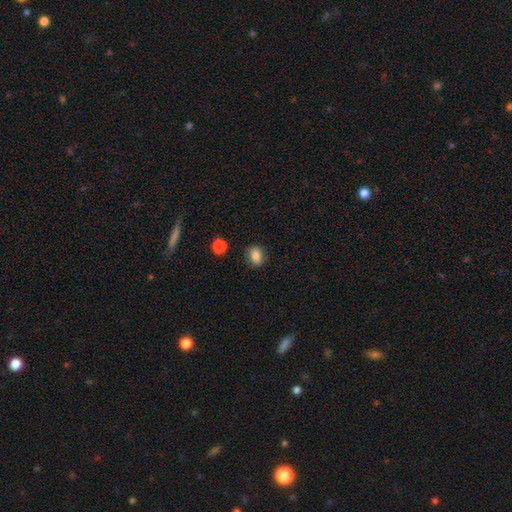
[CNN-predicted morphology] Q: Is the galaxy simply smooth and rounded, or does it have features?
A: smooth — 83%.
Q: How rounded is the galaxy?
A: in between — 52%.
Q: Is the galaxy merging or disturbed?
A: none — 84%.